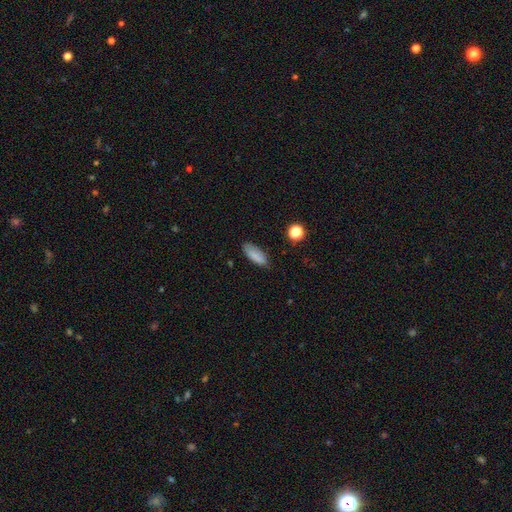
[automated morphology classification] The model was most divided on "how rounded": in between: 70%, cigar-shaped: 28%, round: 2%. More confident: smooth or featured — smooth (84%); merging — none (79%).